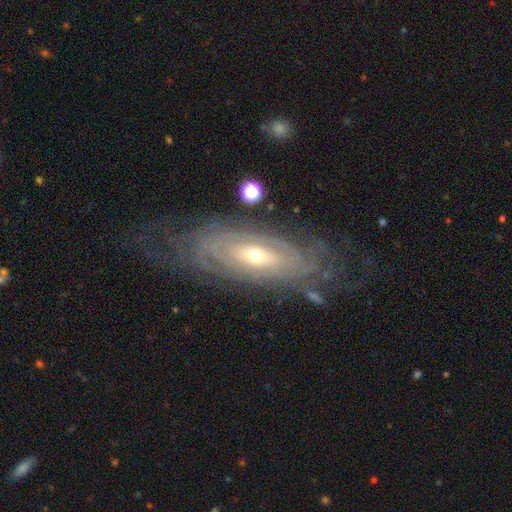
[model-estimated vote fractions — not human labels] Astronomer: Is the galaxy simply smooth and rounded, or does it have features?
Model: featured or disk — 86%.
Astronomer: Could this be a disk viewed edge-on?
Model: no — 89%.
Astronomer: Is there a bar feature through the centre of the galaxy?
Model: no — 64%.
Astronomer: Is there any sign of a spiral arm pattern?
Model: yes — 91%.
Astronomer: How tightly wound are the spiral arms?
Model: tight — 82%.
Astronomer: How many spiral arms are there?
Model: can't tell — 53%.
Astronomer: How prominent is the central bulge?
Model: small — 50% (runner-up: moderate, 46%).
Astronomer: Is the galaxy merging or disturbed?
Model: none — 71%.